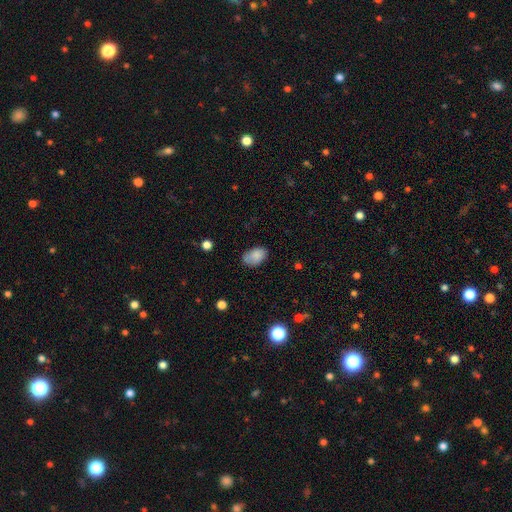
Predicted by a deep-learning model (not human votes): smooth 83%, featured or disk 9%, star or artifact 8%. Down the decision tree: how rounded — in between (90%); merging — none (68%).